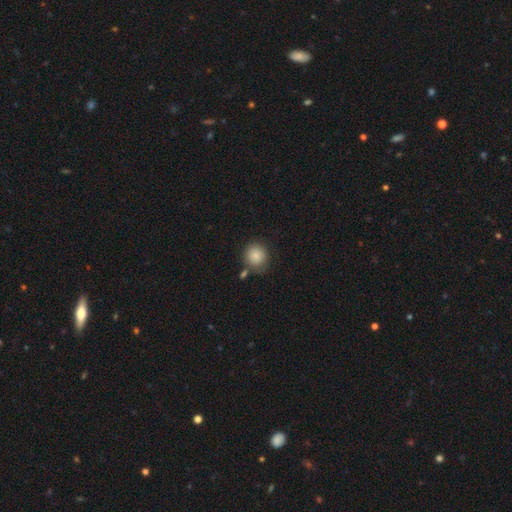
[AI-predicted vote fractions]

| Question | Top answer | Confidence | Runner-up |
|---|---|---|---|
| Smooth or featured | smooth | 86% | star or artifact (9%) |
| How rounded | round | 85% | in between (14%) |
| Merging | none | 73% | minor disturbance (14%) |